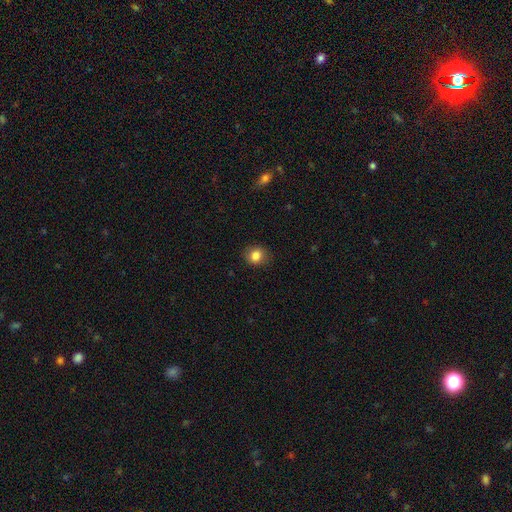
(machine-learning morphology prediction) Q: Smooth or featured?
A: smooth (84%); runner-up: star or artifact (10%)
Q: How rounded?
A: round (65%); runner-up: in between (34%)
Q: Merging?
A: none (84%); runner-up: minor disturbance (12%)